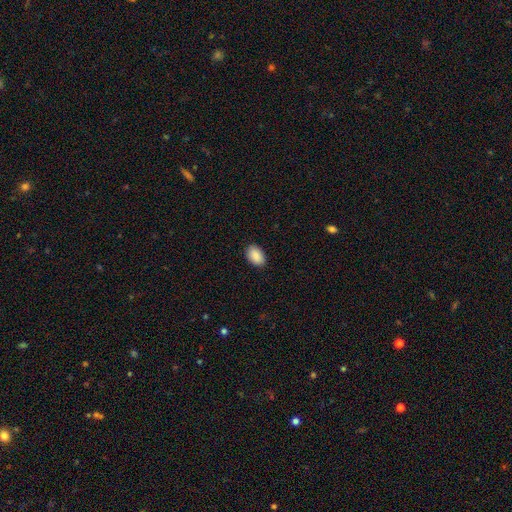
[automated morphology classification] A smooth galaxy with no disk features (90%) that is in between round and cigar-shaped (90%). Merging: none (89%).